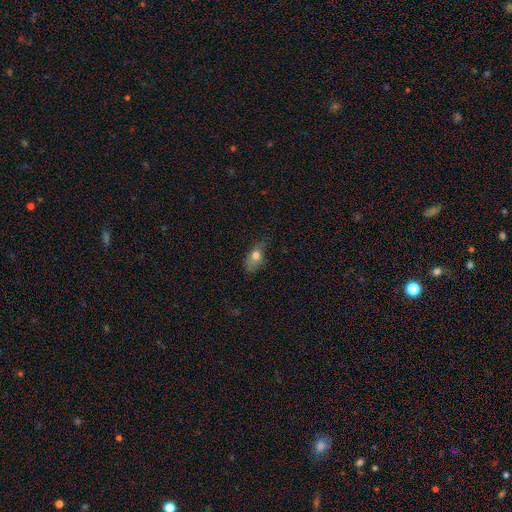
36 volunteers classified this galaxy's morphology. Volunteers were most divided on "merging" (2-way tie): none: 46%, minor disturbance: 46%, major disturbance: 9%, merger: 0%. More confident: smooth or featured — smooth (81%); how rounded — in between (72%).